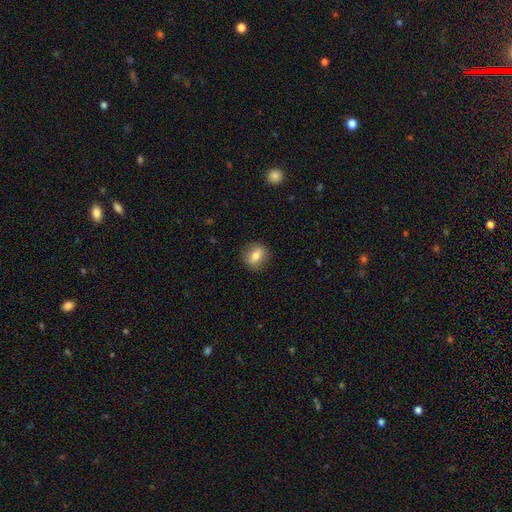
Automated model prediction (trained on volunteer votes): Overall: smooth (71%). How rounded: round (67%; in between 31%). Merging: none (87%).